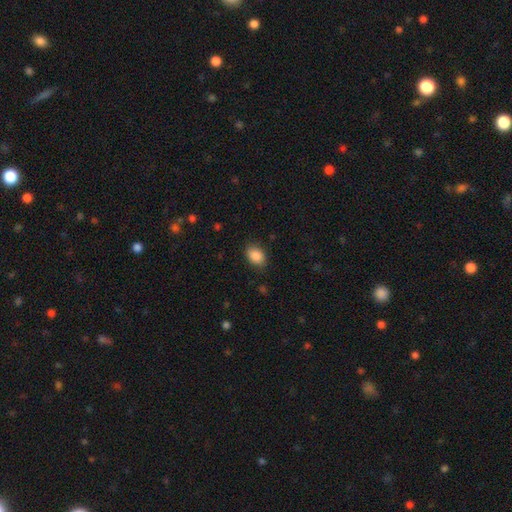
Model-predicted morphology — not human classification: Smooth or featured? smooth (88%)
How rounded? in between (78%)
Merging? none (85%)